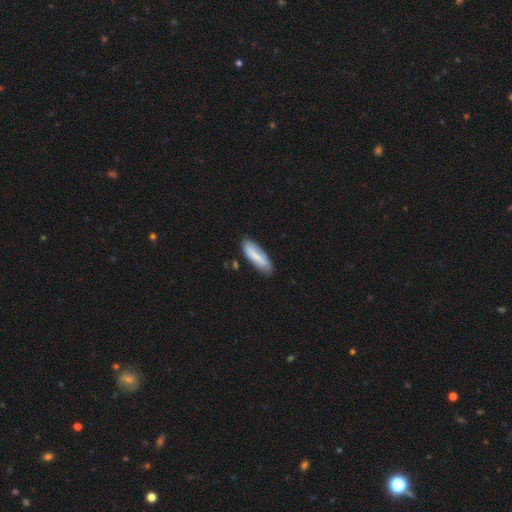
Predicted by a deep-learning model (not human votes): smooth 76%, featured or disk 18%, star or artifact 6%. Down the decision tree: how rounded — in between (50%); merging — none (78%).